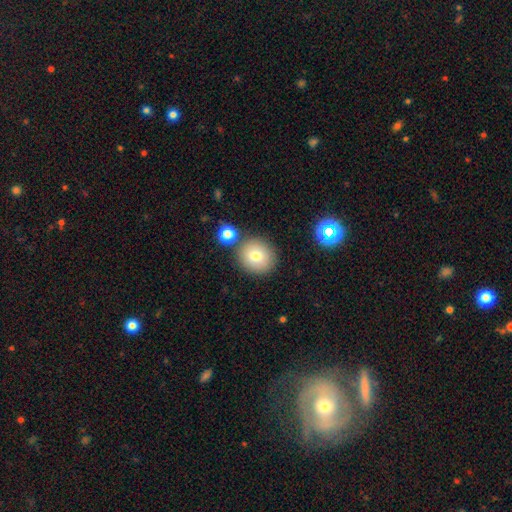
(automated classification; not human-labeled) smooth-or-featured: smooth: 78% | featured or disk: 11% | star or artifact: 11%
  how-rounded: round: 86% | in between: 13% | cigar-shaped: 1%
  merging: none: 78% | merger: 11% | minor disturbance: 9% | major disturbance: 3%